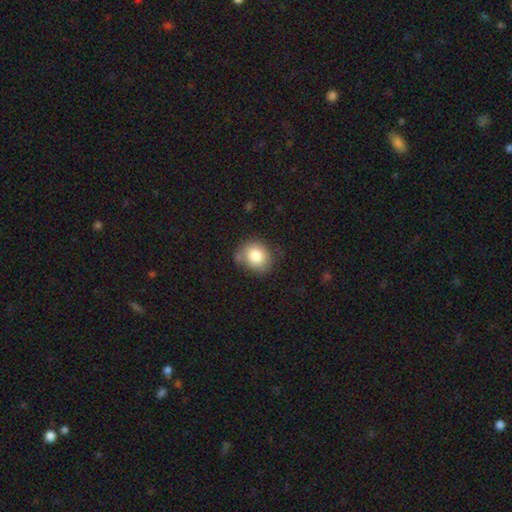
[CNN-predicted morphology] type=smooth (83%); roundness=round (67%); merging=none (65%).